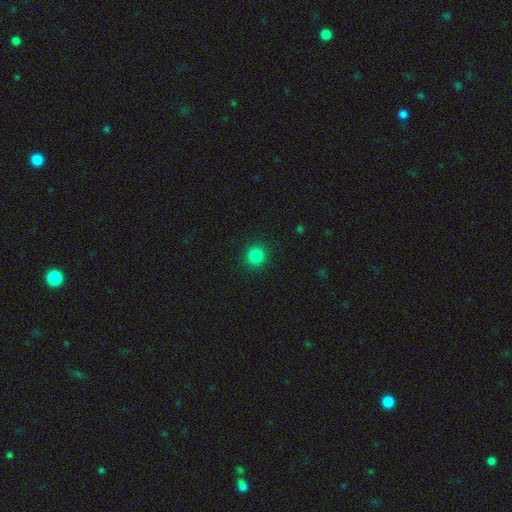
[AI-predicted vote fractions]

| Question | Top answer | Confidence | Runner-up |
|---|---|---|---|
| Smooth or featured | smooth | 85% | star or artifact (12%) |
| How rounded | round | 93% | in between (6%) |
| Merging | none | 91% | minor disturbance (6%) |